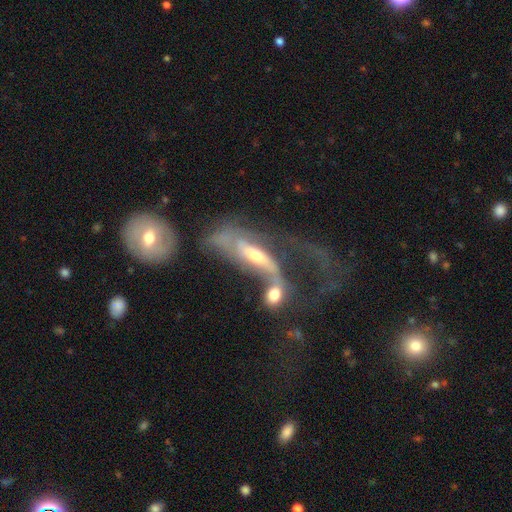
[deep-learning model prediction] This is likely a featured or disk galaxy (68%). It is likely not viewed edge-on (71%). Merging: possibly merger (55%).